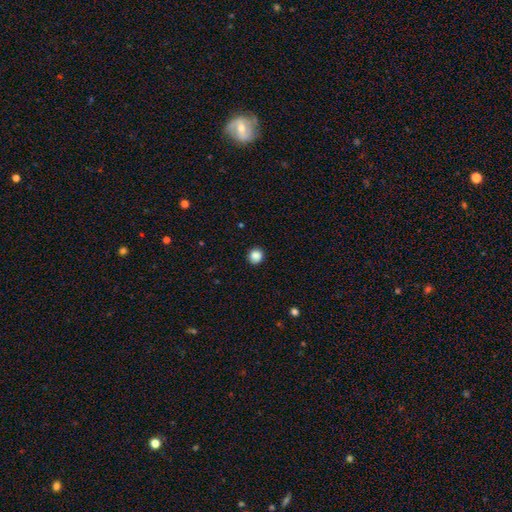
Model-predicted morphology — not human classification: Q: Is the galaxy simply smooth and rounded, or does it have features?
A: smooth — 88%.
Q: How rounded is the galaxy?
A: round — 91%.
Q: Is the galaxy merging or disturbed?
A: none — 92%.